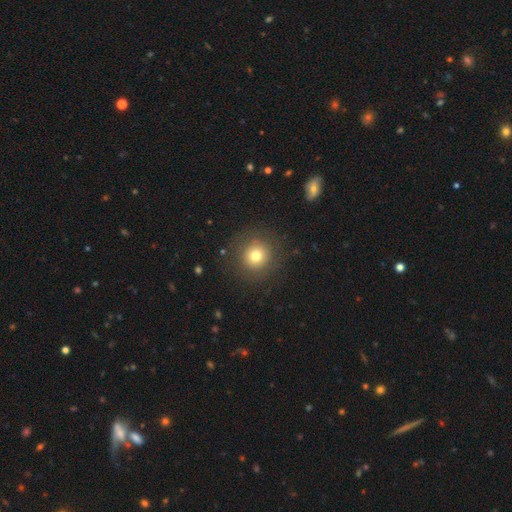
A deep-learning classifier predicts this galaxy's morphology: type=smooth (74%); roundness=round (94%); merging=none (86%).